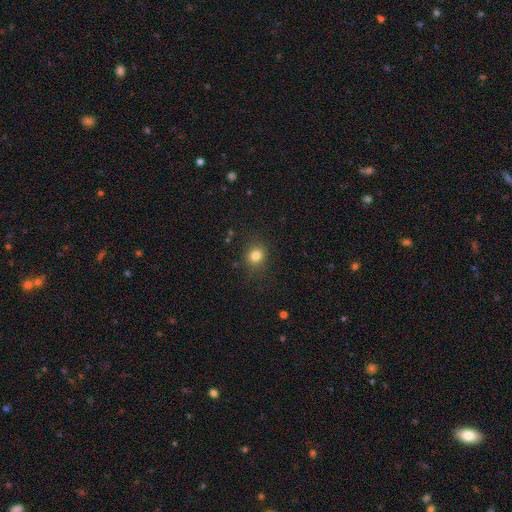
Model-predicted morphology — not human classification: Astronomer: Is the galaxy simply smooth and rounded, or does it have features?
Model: smooth — 81%.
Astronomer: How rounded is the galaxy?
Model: round — 76%.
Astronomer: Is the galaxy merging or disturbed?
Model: none — 85%.